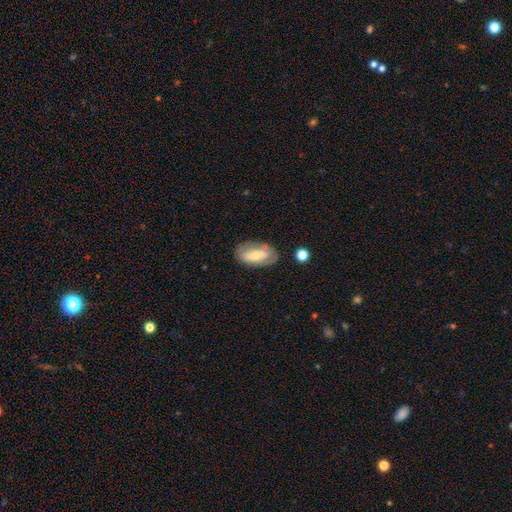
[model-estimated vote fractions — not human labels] A smooth galaxy with no disk features (47%).

Vote fractions:
- Smooth or featured? smooth: 47% / featured or disk: 46% / star or artifact: 7%
- Merging? none: 72% / minor disturbance: 18% / major disturbance: 6% / merger: 4%